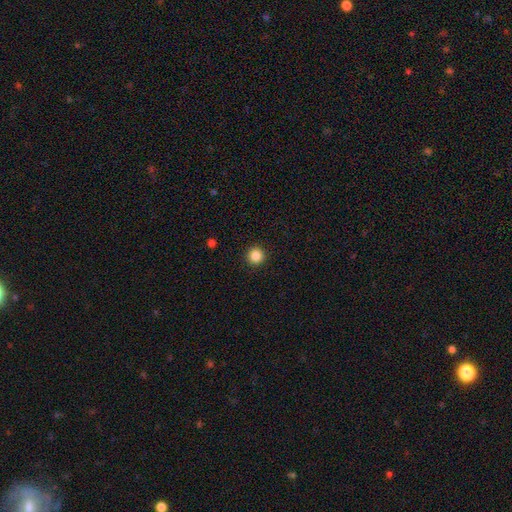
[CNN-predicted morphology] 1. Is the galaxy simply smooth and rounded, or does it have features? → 86% smooth, 11% star or artifact, 3% featured or disk.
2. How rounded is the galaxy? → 96% round, 3% in between, 1% cigar-shaped.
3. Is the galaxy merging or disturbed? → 93% none, 4% minor disturbance, 2% major disturbance, 1% merger.